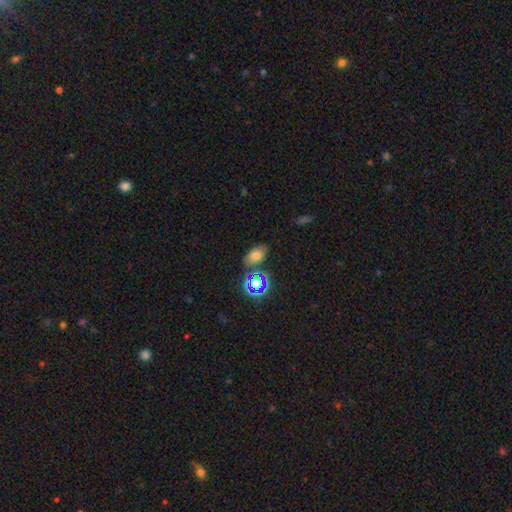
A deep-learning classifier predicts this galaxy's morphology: type=smooth (64%); roundness=in between (84%); merging=none (72%).